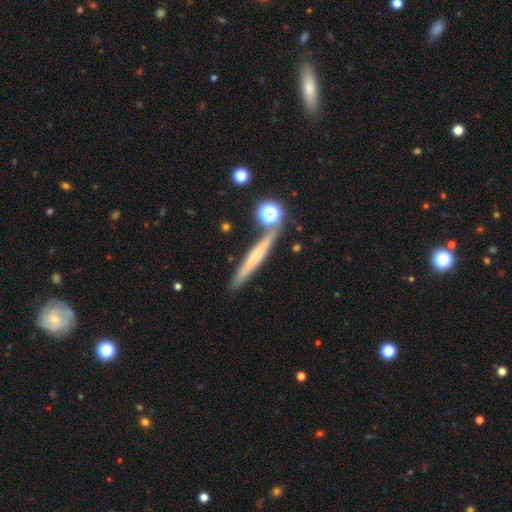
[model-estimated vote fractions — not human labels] A featured or disk galaxy (45%). Merging: none (79%).